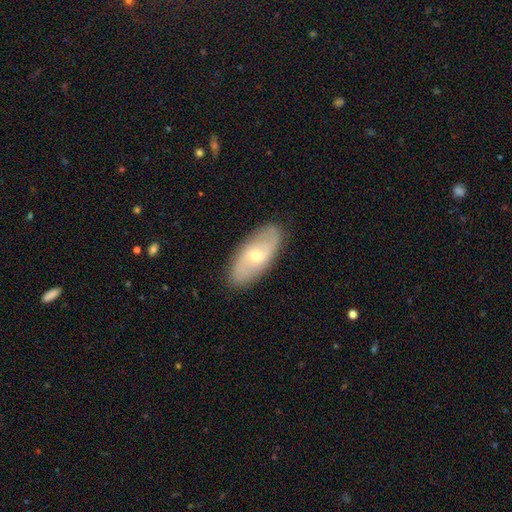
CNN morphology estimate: The model was most divided on "bar": no: 55%, weak: 35%, strong: 10%. More confident: edge-on disk — no (87%); merging — none (86%); spiral arms — yes (70%); smooth or featured — featured or disk (61%); bulge size — small (59%).